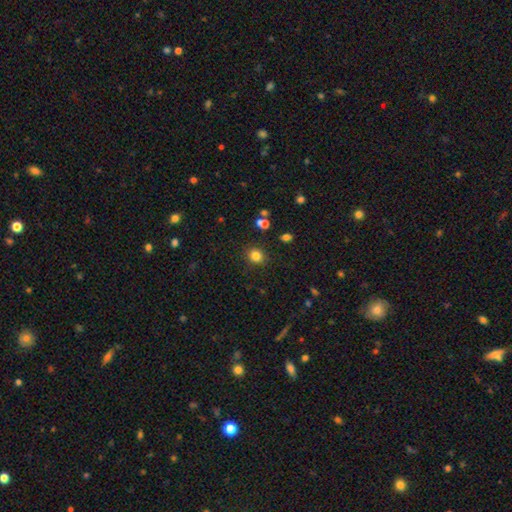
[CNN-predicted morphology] type=smooth (82%); roundness=round (77%); merging=none (87%).